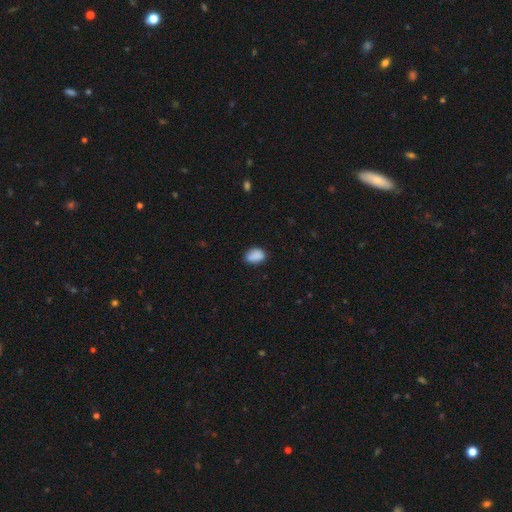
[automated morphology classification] This appears to be a smooth galaxy with no disk features (87%) that is in between round and cigar-shaped (81%). Merging: none (74%).